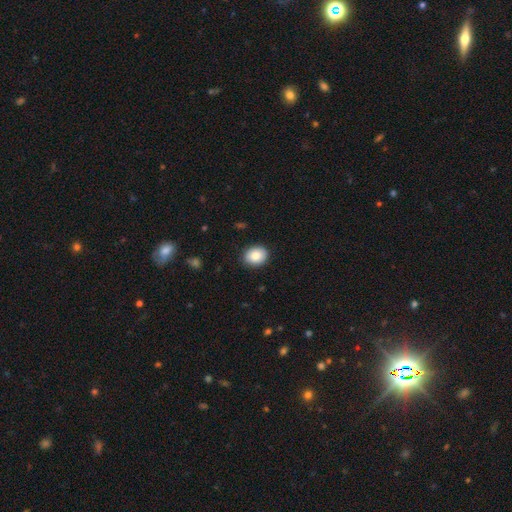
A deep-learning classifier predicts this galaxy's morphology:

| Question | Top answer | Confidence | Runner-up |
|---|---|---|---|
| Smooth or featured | smooth | 85% | star or artifact (8%) |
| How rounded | round | 54% | in between (45%) |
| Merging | none | 89% | minor disturbance (8%) |